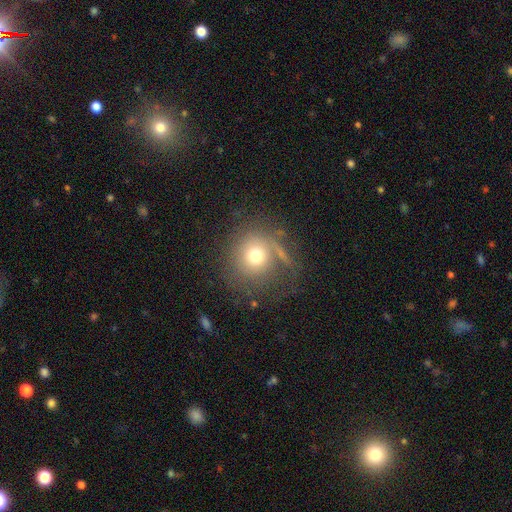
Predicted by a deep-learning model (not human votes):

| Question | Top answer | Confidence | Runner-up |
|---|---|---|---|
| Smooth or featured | smooth | 68% | featured or disk (18%) |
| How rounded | round | 91% | in between (8%) |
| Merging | none | 68% | minor disturbance (15%) |